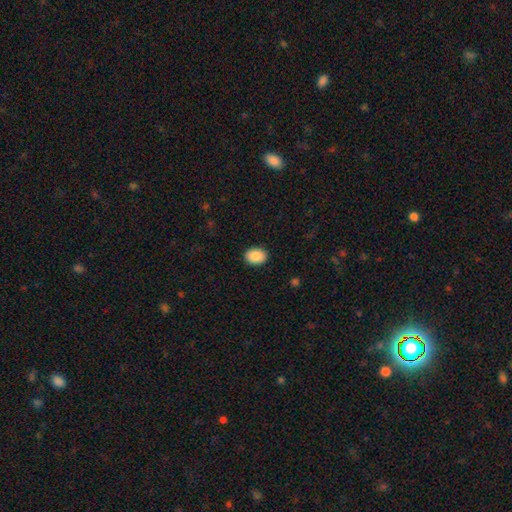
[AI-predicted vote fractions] Q: Smooth or featured?
A: smooth (88%); runner-up: star or artifact (7%)
Q: How rounded?
A: in between (71%); runner-up: round (28%)
Q: Merging?
A: none (90%); runner-up: minor disturbance (7%)